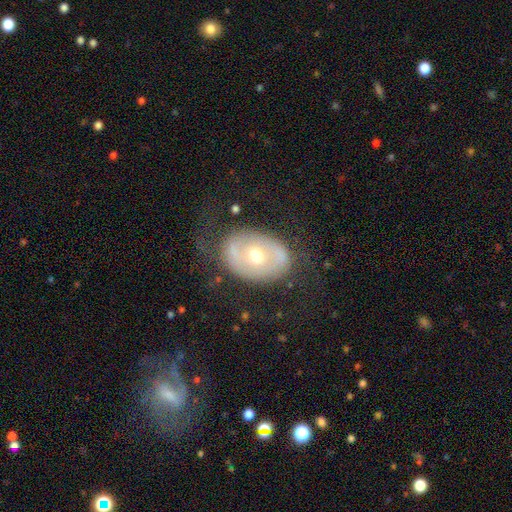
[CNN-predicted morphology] This is possibly a featured or disk galaxy (59%). It is clearly not viewed edge-on (93%). Bar: likely no (68%). Spiral arm pattern: likely no (63%). Central bulge: likely moderate (66%). Merging: likely none (65%).